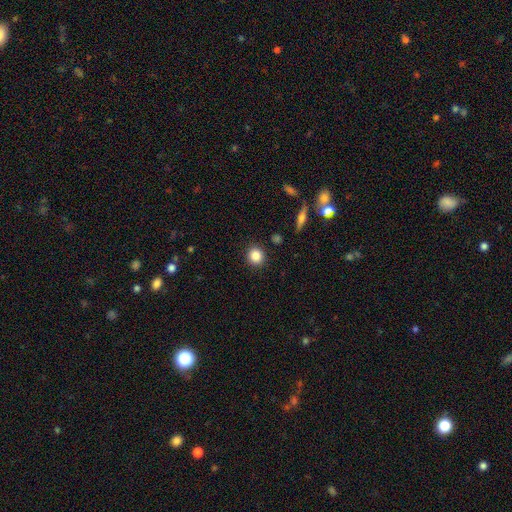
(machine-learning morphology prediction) type=smooth (85%); roundness=round (89%); merging=none (90%).